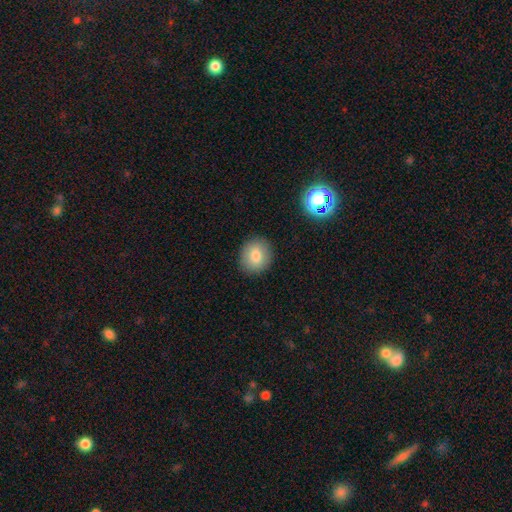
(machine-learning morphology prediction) Smooth or featured? smooth (80%)
How rounded? round (76%)
Merging? none (89%)